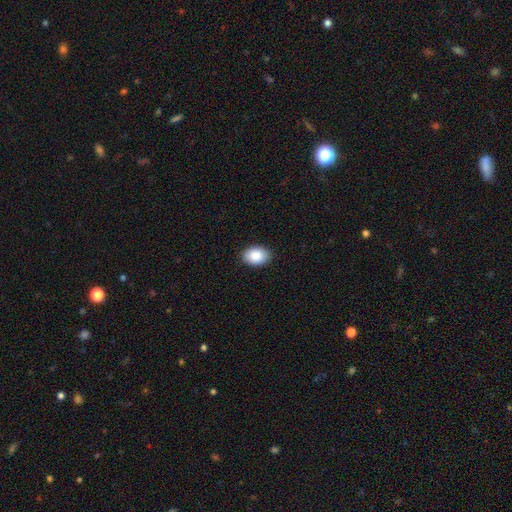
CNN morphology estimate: smooth 89%, star or artifact 7%, featured or disk 4%. Down the decision tree: how rounded — in between (83%); merging — none (90%).